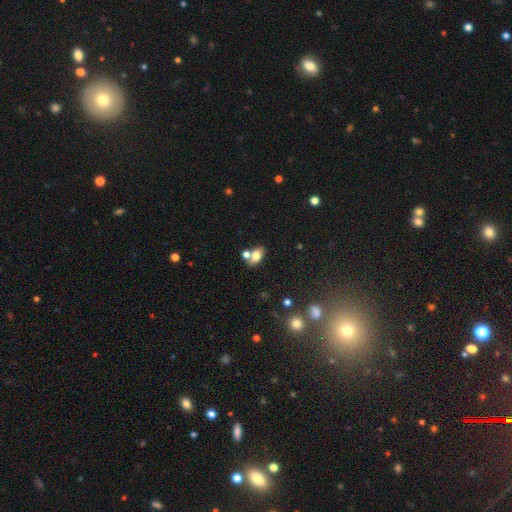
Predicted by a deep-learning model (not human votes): smooth 75%, featured or disk 15%, star or artifact 10%. Down the decision tree: how rounded — in between (85%); merging — none (51%).